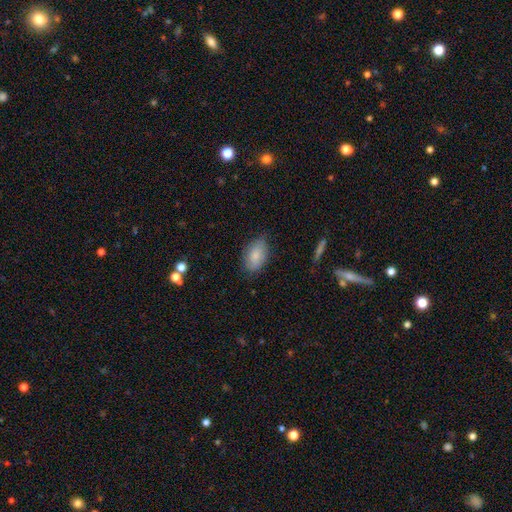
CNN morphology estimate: This is clearly a smooth galaxy (84%). How rounded: clearly in between (91%). Merging: likely none (77%).